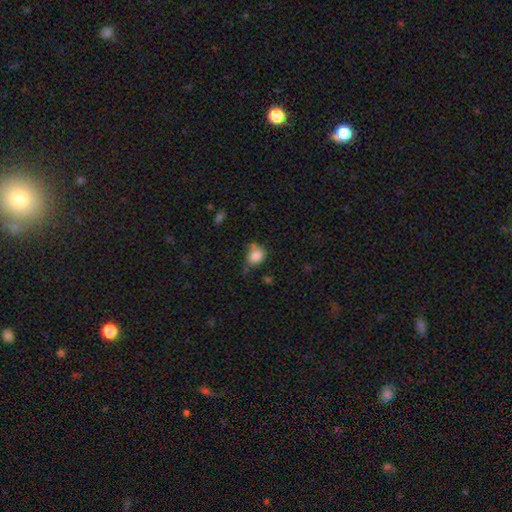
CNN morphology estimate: smooth_or_featured: smooth (p=0.83) [alt: star or artifact p=0.10]
how_rounded: in between (p=0.53) [alt: round p=0.45]
merging: none (p=0.48) [alt: minor disturbance p=0.30]